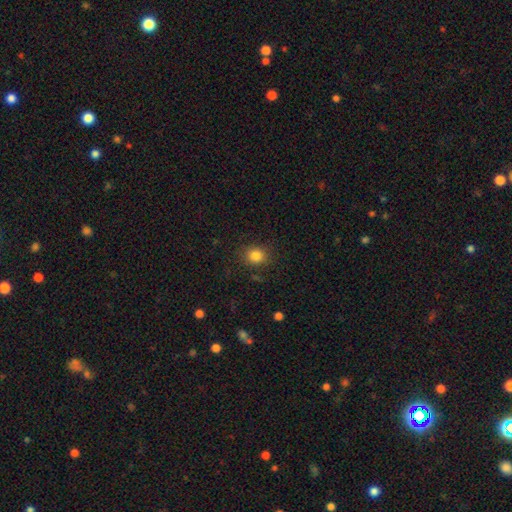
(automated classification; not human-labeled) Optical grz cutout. It shows a smooth galaxy with no disk features (83%) that is round (74%). Merging: none (86%).